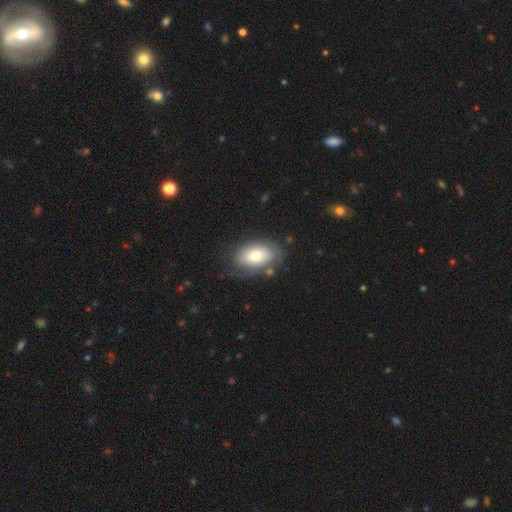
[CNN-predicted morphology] Q: Smooth or featured?
A: smooth (70%); runner-up: featured or disk (23%)
Q: How rounded?
A: in between (91%); runner-up: round (8%)
Q: Merging?
A: none (68%); runner-up: minor disturbance (21%)